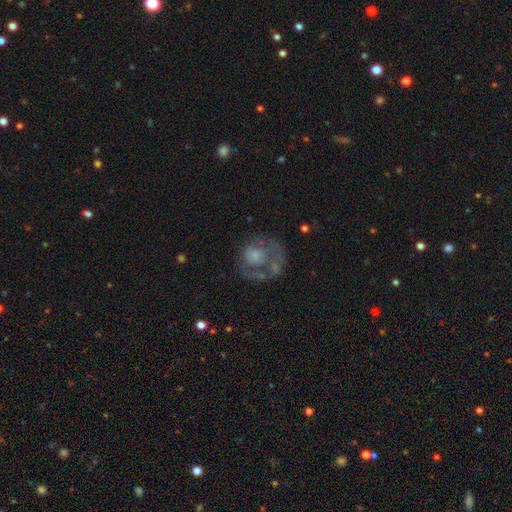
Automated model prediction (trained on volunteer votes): Smooth or featured: featured or disk — 55% (smooth — 36%)
Edge-on disk: no — 98% (yes — 2%)
Bar: no — 89% (weak — 9%)
Spiral arms: no — 62% (yes — 38%)
Bulge size: moderate — 30% (none — 28%)
Merging: none — 44% (major disturbance — 31%)